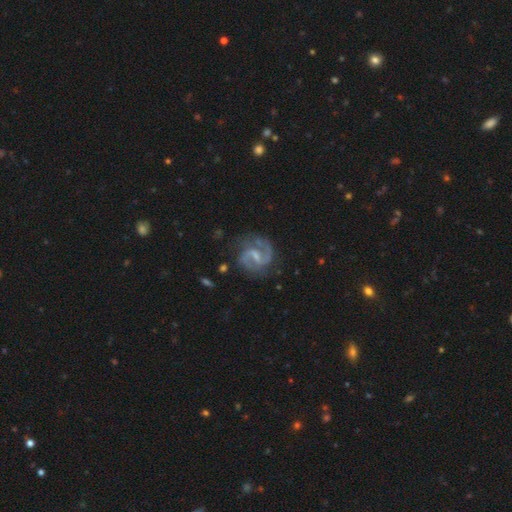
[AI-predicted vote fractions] Smooth or featured? featured or disk (90%)
Edge-on disk? no (98%)
Bar? weak (60%)
Spiral arms? yes (97%)
Spiral winding? medium (61%)
Spiral arm count? 2 (91%)
Bulge size? small (50%)
Merging? none (74%)